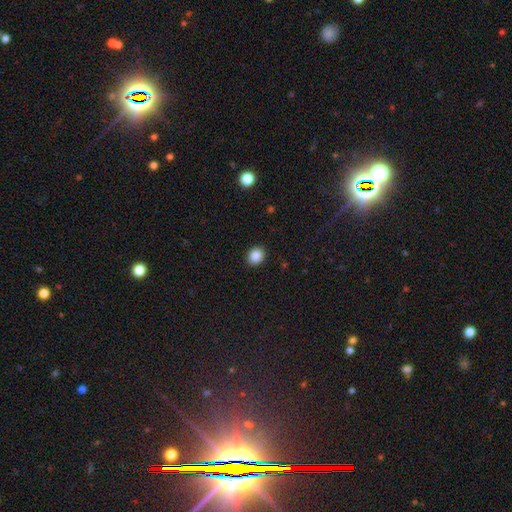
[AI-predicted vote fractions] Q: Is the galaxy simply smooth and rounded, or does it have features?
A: smooth — 87%.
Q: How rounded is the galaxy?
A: round — 63%.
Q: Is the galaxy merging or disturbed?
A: none — 90%.